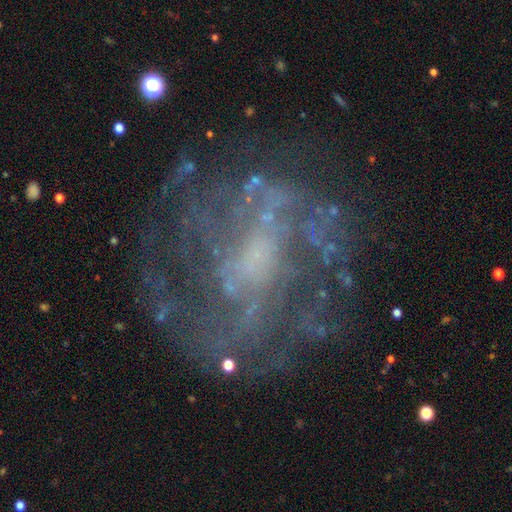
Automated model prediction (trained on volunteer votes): Smooth or featured: featured or disk — 76% (star or artifact — 14%)
Edge-on disk: no — 97% (yes — 3%)
Bar: no — 51% (weak — 37%)
Spiral arms: yes — 67% (no — 33%)
Bulge size: small — 39% (none — 34%)
Merging: none — 68% (major disturbance — 16%)